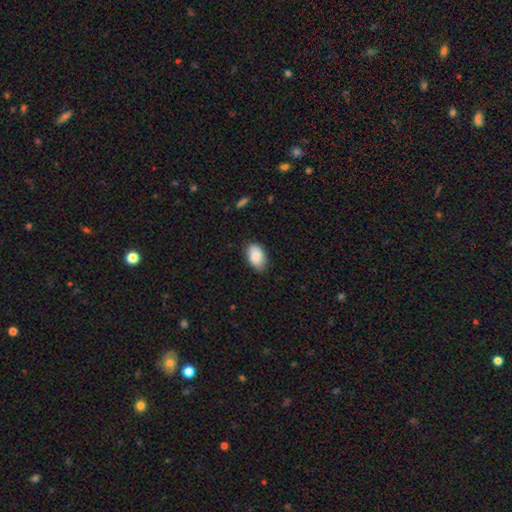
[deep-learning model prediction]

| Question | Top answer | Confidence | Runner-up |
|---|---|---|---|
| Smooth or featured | smooth | 89% | star or artifact (6%) |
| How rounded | in between | 92% | round (6%) |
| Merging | none | 79% | minor disturbance (17%) |